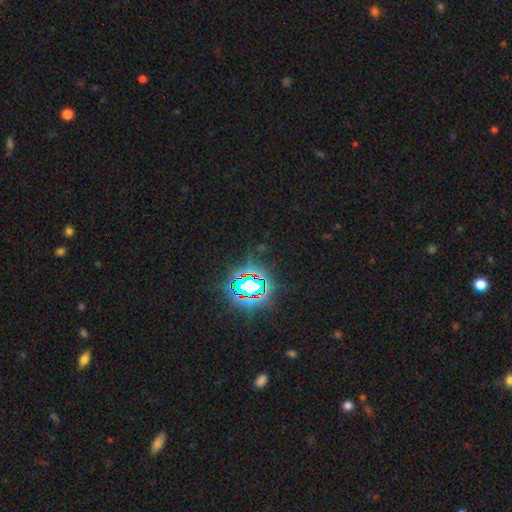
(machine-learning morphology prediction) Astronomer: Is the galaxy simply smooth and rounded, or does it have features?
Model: star or artifact — 82%.